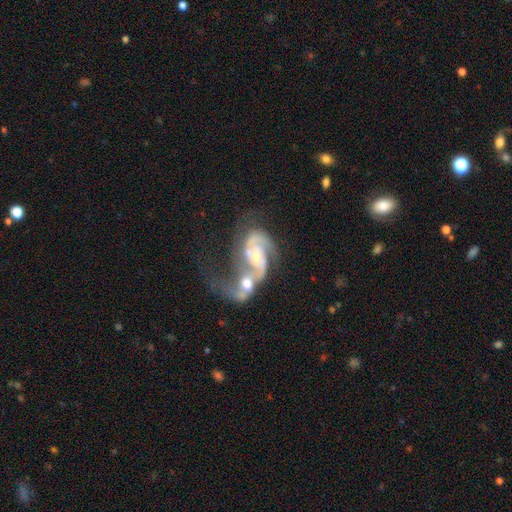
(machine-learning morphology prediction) The model was most divided on "bulge size": small: 50%, moderate: 41%, none: 5%, large: 3%, dominant: 1%. Remaining: edge-on disk — no (97%); spiral arms — yes (94%); smooth or featured — featured or disk (86%); spiral arm count — 2 (70%); merging — merger (69%); bar — no (52%); spiral winding — medium (46%).